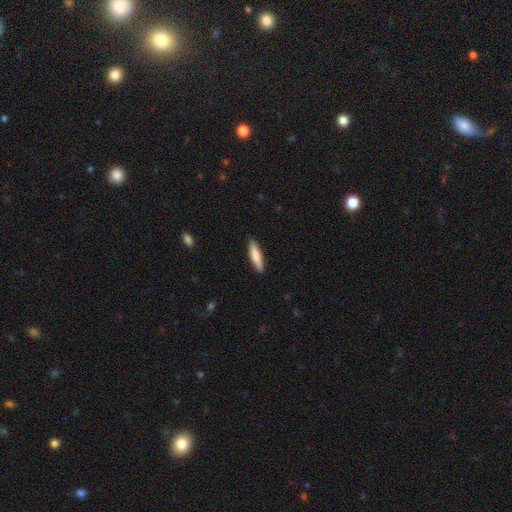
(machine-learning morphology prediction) Smooth or featured?
  - smooth: 77% *
  - featured or disk: 18%
  - star or artifact: 5%
How rounded?
  - cigar-shaped: 78% *
  - in between: 20%
  - round: 1%
Merging?
  - none: 90% *
  - minor disturbance: 8%
  - major disturbance: 2%
  - merger: 1%